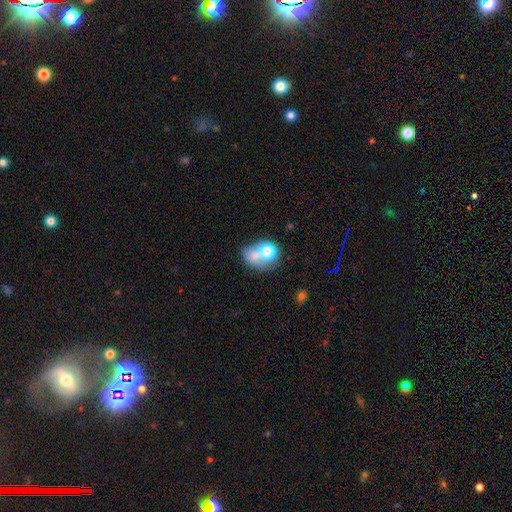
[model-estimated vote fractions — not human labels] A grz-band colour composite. It shows a smooth galaxy with no disk features (68%) that is round (52%). Merging: merger (61%).